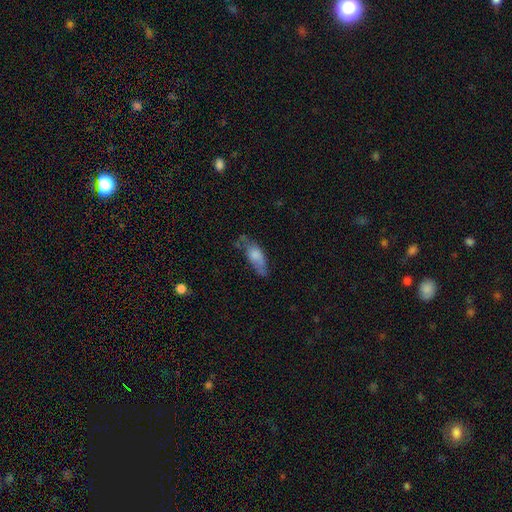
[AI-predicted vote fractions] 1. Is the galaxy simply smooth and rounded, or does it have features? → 68% smooth, 25% featured or disk, 7% star or artifact.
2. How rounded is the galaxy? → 70% in between, 28% cigar-shaped, 3% round.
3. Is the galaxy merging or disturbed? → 46% none, 34% minor disturbance, 16% major disturbance, 4% merger.